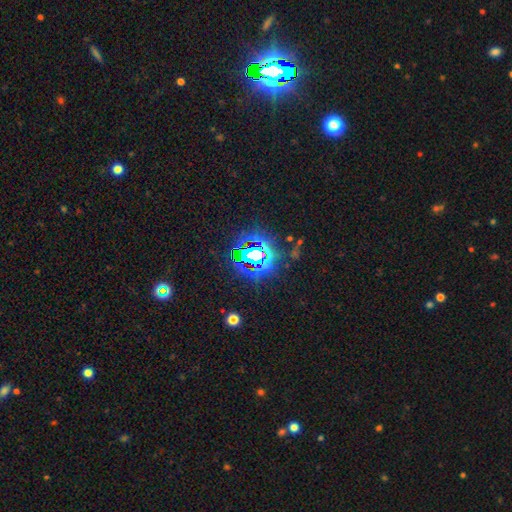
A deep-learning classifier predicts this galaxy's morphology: A star or artifact, not a galaxy (75%).